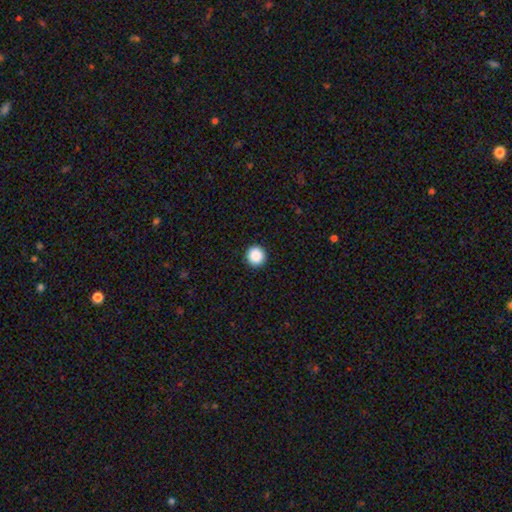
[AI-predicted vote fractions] Morphology: type=smooth (89%); roundness=round (95%); merging=none (93%).